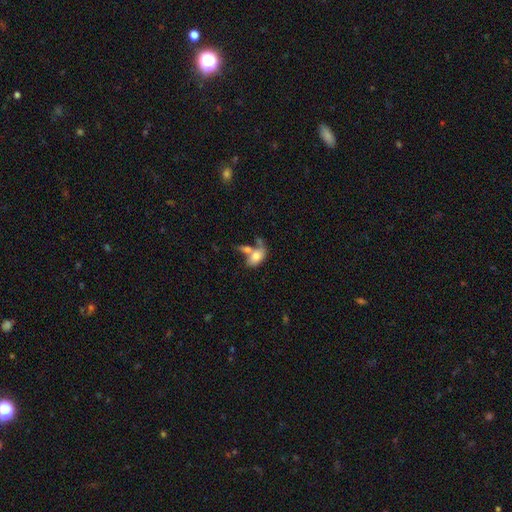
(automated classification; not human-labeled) The model was most divided on "merging": merger: 45%, none: 32%, minor disturbance: 13%, major disturbance: 10%. More confident: how rounded — in between (87%); smooth or featured — smooth (67%).